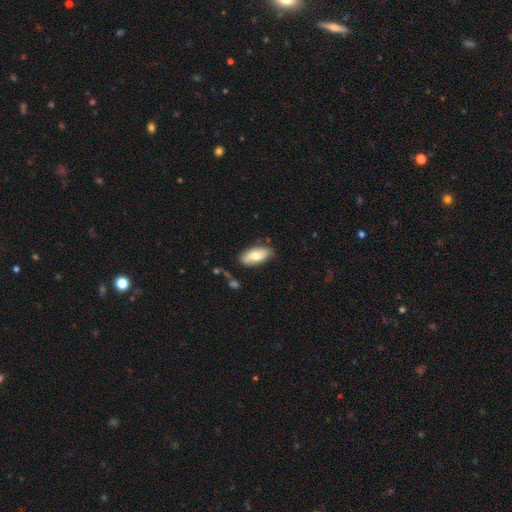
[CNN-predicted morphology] This is likely a smooth galaxy (72%). How rounded: clearly in between (90%). Merging: likely none (76%).